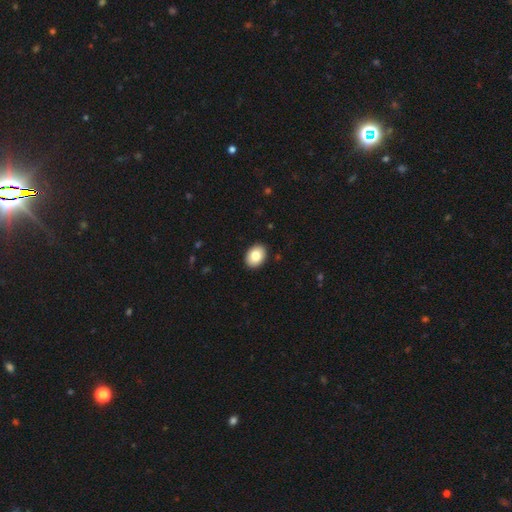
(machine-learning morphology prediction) The model was most divided on "how rounded": in between: 76%, round: 23%, cigar-shaped: 1%. More confident: merging — none (91%); smooth or featured — smooth (84%).